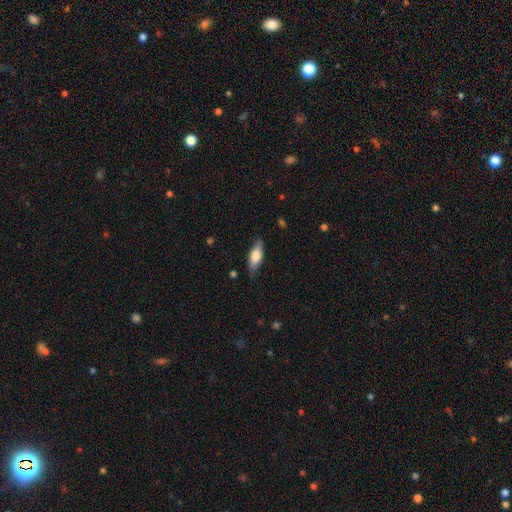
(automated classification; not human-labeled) Smooth or featured?
  - smooth: 59% *
  - featured or disk: 35%
  - star or artifact: 6%
How rounded?
  - in between: 64% *
  - cigar-shaped: 33%
  - round: 3%
Merging?
  - none: 79% *
  - minor disturbance: 17%
  - major disturbance: 3%
  - merger: 1%